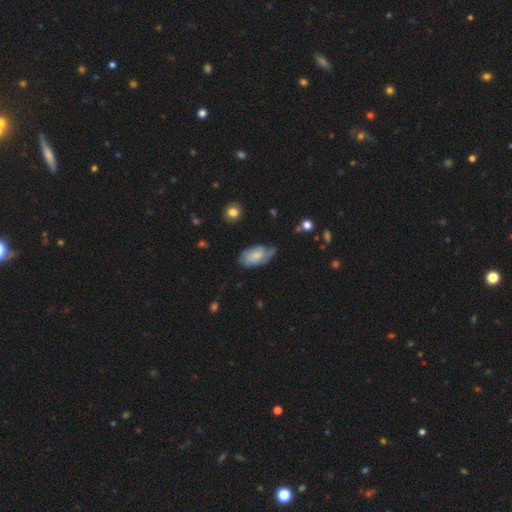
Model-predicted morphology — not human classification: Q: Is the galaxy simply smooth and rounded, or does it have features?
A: smooth — 53%.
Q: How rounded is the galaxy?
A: in between — 93%.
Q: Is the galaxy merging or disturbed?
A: none — 52%.